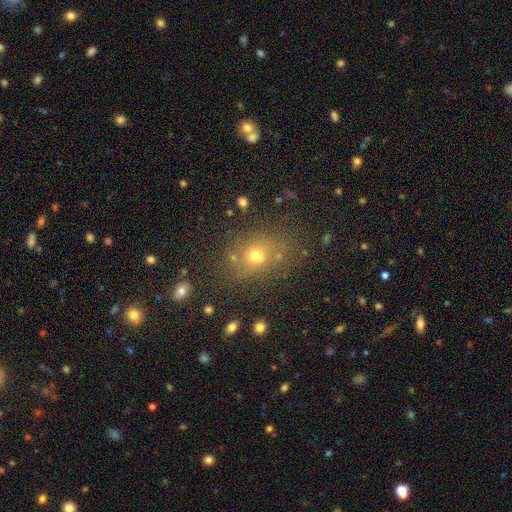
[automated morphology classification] This is likely a smooth galaxy (63%). How rounded: possibly round (50%). Merging: likely none (67%).